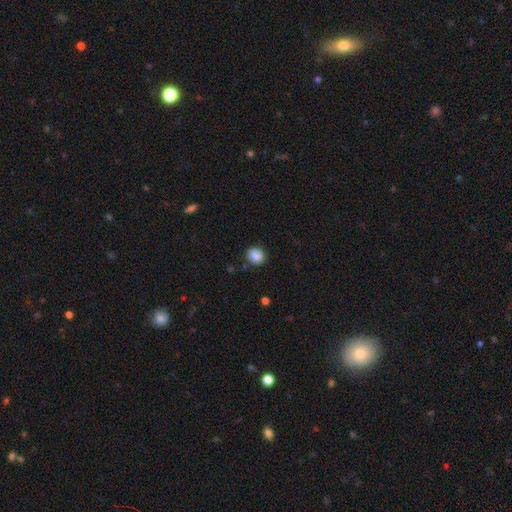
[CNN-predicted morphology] Smooth or featured? Predicted: smooth (p=0.87). How rounded? Predicted: round (p=0.77). Merging? Predicted: none (p=0.84).